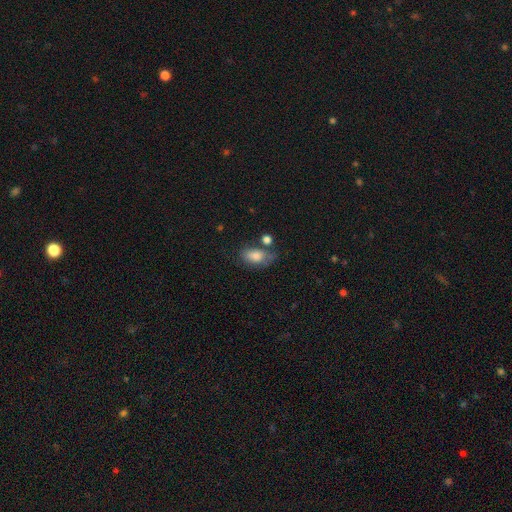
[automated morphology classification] smooth_or_featured: smooth (p=0.77) [alt: featured or disk p=0.15]
how_rounded: in between (p=0.89) [alt: round p=0.08]
merging: none (p=0.49) [alt: minor disturbance p=0.26]